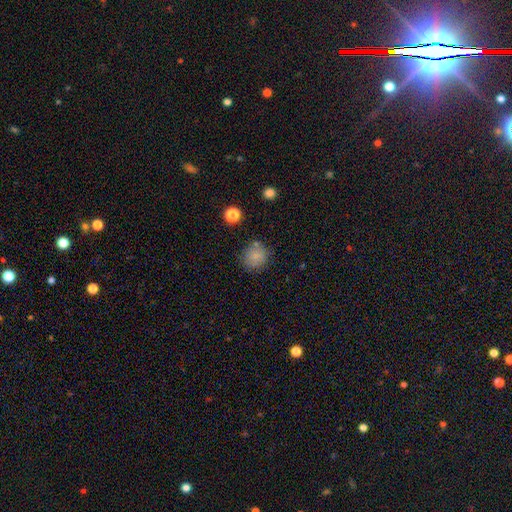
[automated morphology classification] Smooth or featured? Predicted: smooth (p=0.81). How rounded? Predicted: round (p=0.86). Merging? Predicted: none (p=0.79).